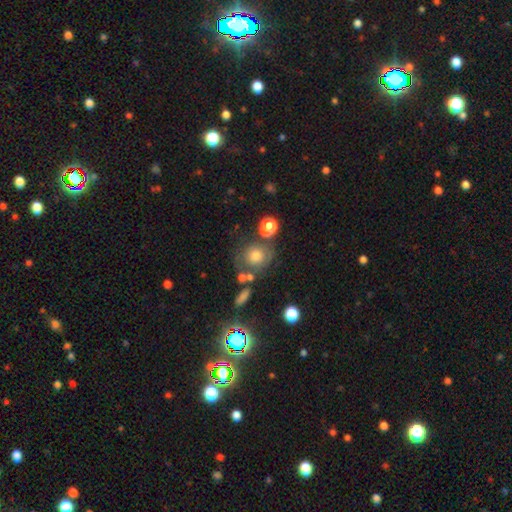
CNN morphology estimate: smooth_or_featured: smooth (p=0.67) [alt: featured or disk p=0.17]
how_rounded: round (p=0.79) [alt: in between p=0.20]
merging: none (p=0.61) [alt: minor disturbance p=0.16]